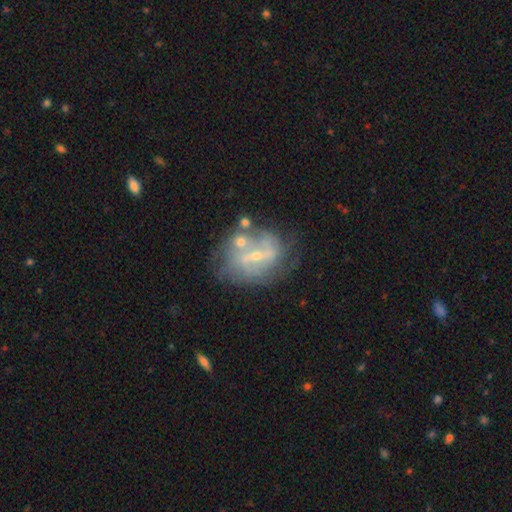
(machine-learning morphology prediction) Smooth or featured?
  - featured or disk: 74% *
  - smooth: 15%
  - star or artifact: 10%
Edge-on disk?
  - no: 96% *
  - yes: 4%
Bar?
  - weak: 42% *
  - no: 33%
  - strong: 24%
Spiral arms?
  - yes: 63% *
  - no: 37%
Bulge size?
  - small: 73% *
  - moderate: 20%
  - none: 4%
  - large: 1%
  - dominant: 1%
Merging?
  - none: 51% *
  - minor disturbance: 20%
  - merger: 15%
  - major disturbance: 14%